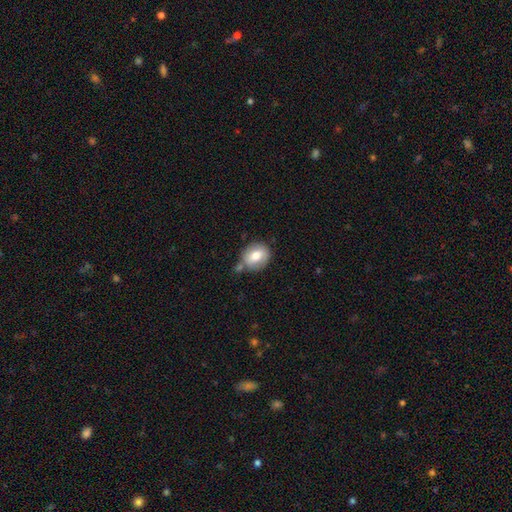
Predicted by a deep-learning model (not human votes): smooth_or_featured: smooth (p=0.71) [alt: featured or disk p=0.21]
how_rounded: round (p=0.68) [alt: in between p=0.30]
merging: none (p=0.64) [alt: minor disturbance p=0.17]